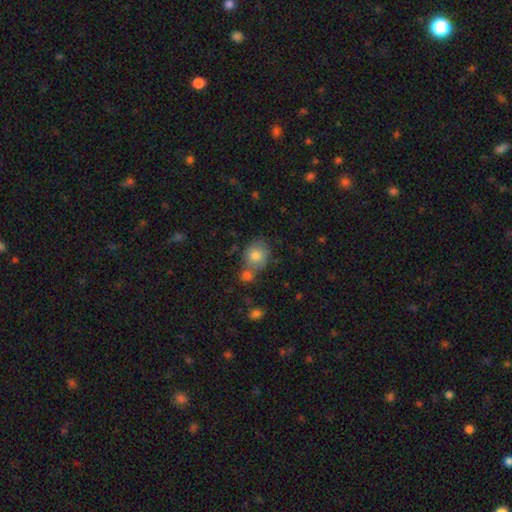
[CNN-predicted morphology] Overall: smooth (79%). How rounded: round (60%; in between 39%). Merging: none (50%; merger 31%).